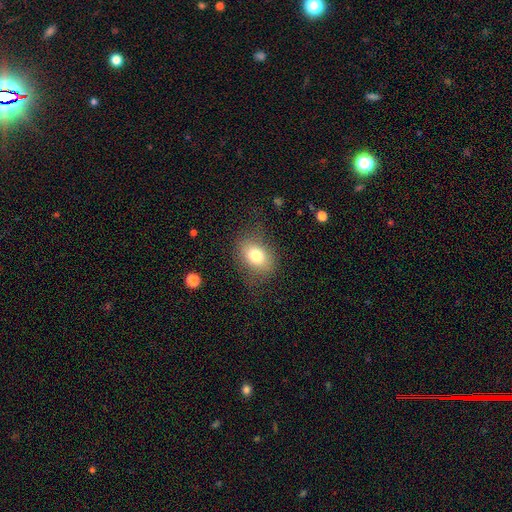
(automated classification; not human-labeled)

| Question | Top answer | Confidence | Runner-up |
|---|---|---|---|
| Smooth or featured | smooth | 77% | featured or disk (14%) |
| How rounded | in between | 68% | round (31%) |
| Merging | none | 71% | minor disturbance (18%) |